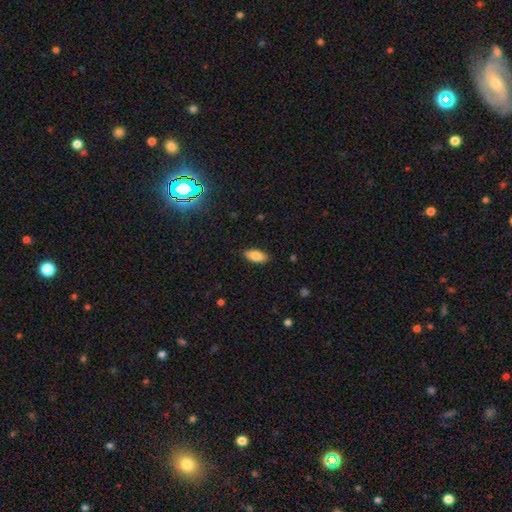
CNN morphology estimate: A smooth galaxy with no disk features (87%) that is in between round and cigar-shaped (86%).

Vote fractions:
- Smooth or featured? smooth: 87% / star or artifact: 7% / featured or disk: 6%
- How rounded? in between: 86% / cigar-shaped: 12% / round: 2%
- Merging? none: 88% / minor disturbance: 9% / major disturbance: 2% / merger: 1%